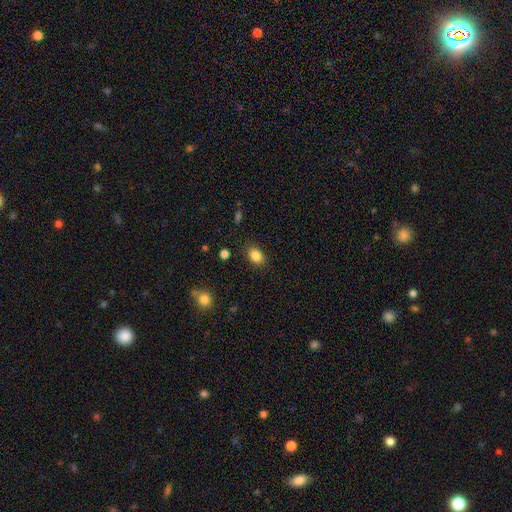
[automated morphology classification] Smooth or featured?
  - smooth: 85% *
  - star or artifact: 10%
  - featured or disk: 5%
How rounded?
  - in between: 74% *
  - round: 25%
  - cigar-shaped: 1%
Merging?
  - none: 84% *
  - minor disturbance: 11%
  - major disturbance: 3%
  - merger: 2%